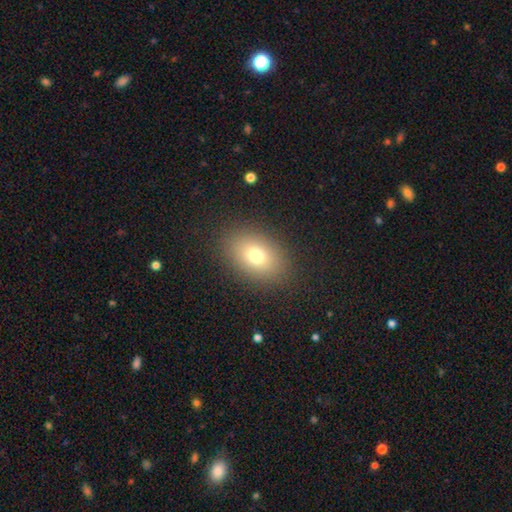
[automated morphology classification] Smooth or featured? smooth (75%)
How rounded? in between (79%)
Merging? none (87%)